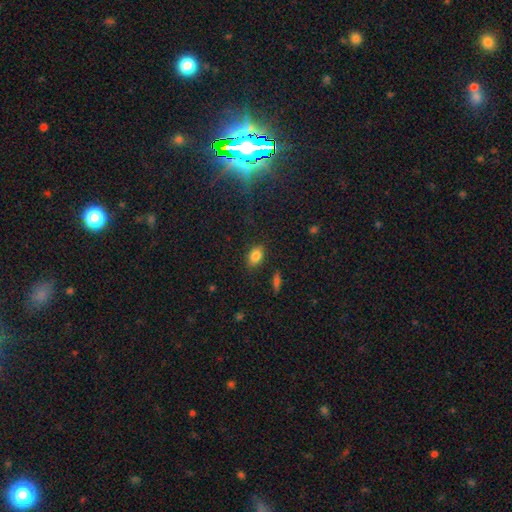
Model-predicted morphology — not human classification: smooth-or-featured: smooth: 83% | star or artifact: 10% | featured or disk: 7%
  how-rounded: in between: 86% | round: 11% | cigar-shaped: 3%
  merging: none: 85% | minor disturbance: 11% | major disturbance: 3% | merger: 2%